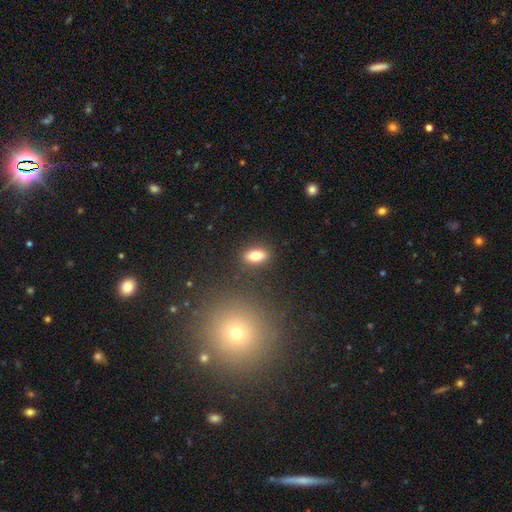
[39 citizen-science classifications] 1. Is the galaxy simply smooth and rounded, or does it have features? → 72% smooth, 21% featured or disk, 8% star or artifact.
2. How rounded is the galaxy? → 89% in between, 7% cigar-shaped, 4% round.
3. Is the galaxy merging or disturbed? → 92% none, 8% minor disturbance, 0% major disturbance, 0% merger.